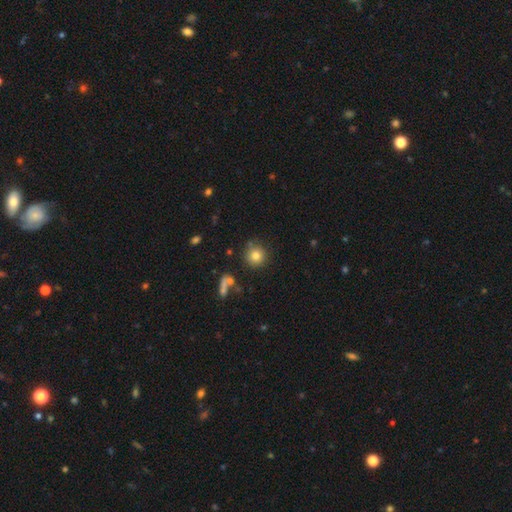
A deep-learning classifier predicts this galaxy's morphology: Q: Smooth or featured?
A: smooth (81%); runner-up: star or artifact (11%)
Q: How rounded?
A: round (93%); runner-up: in between (6%)
Q: Merging?
A: none (81%); runner-up: minor disturbance (9%)